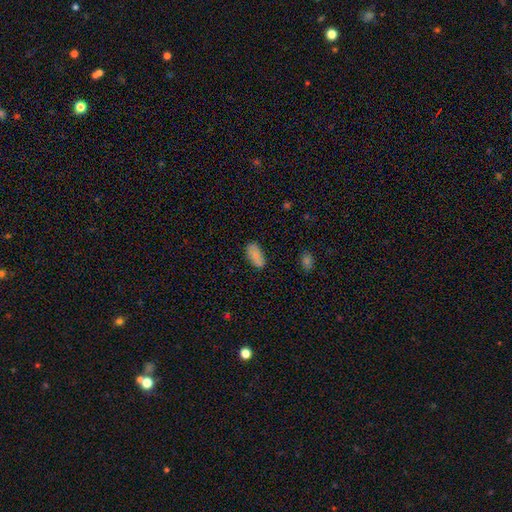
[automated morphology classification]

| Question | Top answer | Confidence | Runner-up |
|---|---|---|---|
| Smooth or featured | smooth | 77% | featured or disk (15%) |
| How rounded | in between | 91% | cigar-shaped (6%) |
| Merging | none | 73% | minor disturbance (19%) |